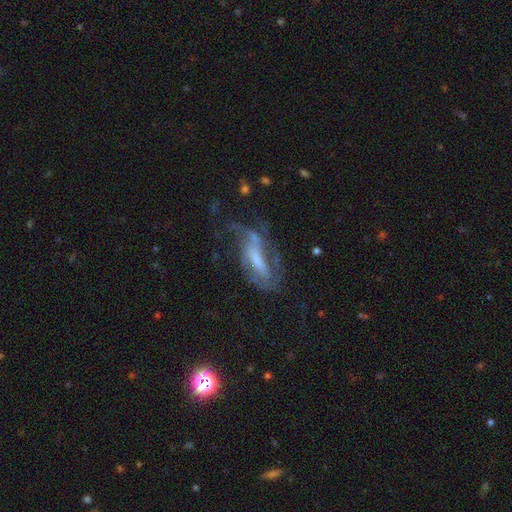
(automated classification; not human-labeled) Smooth or featured: featured or disk — 71% (smooth — 17%)
Edge-on disk: no — 84% (yes — 16%)
Bar: weak — 37% (tied with strong — 37%)
Spiral arms: yes — 81% (no — 19%)
Bulge size: moderate — 34% (small — 32%)
Merging: none — 42% (major disturbance — 32%)